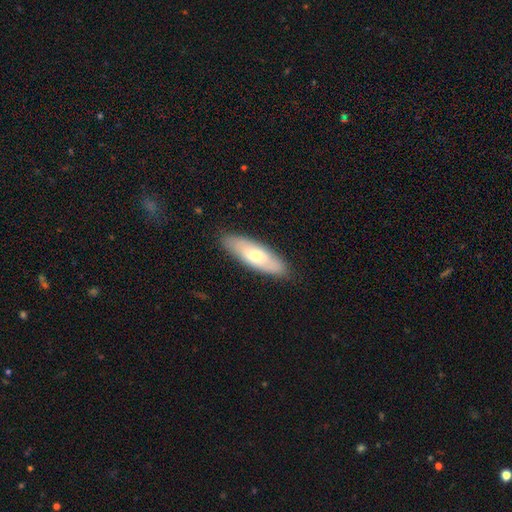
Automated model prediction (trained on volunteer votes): A smooth galaxy with no disk features (60%) that is in between round and cigar-shaped (55%).

Vote fractions:
- Smooth or featured? smooth: 60% / featured or disk: 35% / star or artifact: 6%
- How rounded? in between: 55% / cigar-shaped: 43% / round: 2%
- Merging? none: 87% / minor disturbance: 10% / major disturbance: 2% / merger: 1%